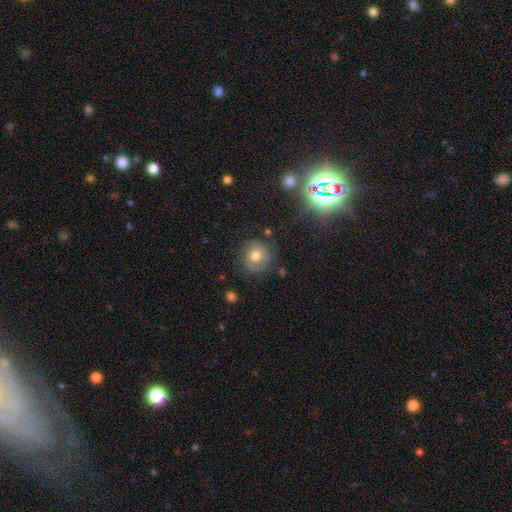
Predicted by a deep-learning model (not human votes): Smooth or featured?
  - smooth: 61% *
  - featured or disk: 27%
  - star or artifact: 12%
How rounded?
  - round: 87% *
  - in between: 12%
  - cigar-shaped: 1%
Merging?
  - none: 74% *
  - minor disturbance: 17%
  - major disturbance: 7%
  - merger: 2%